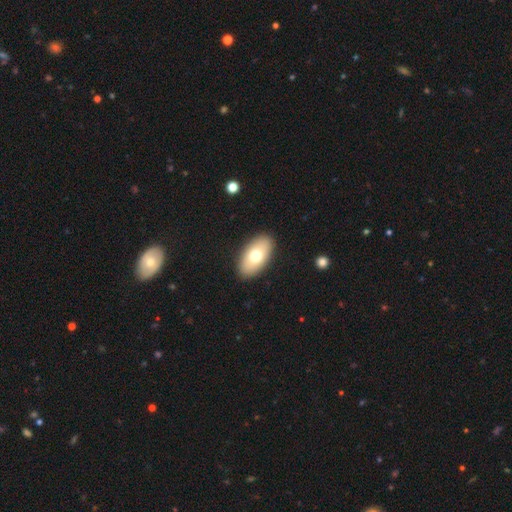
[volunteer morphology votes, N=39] A smooth galaxy with no disk features (69%) that is in between round and cigar-shaped (100%). Merging: none (89%).